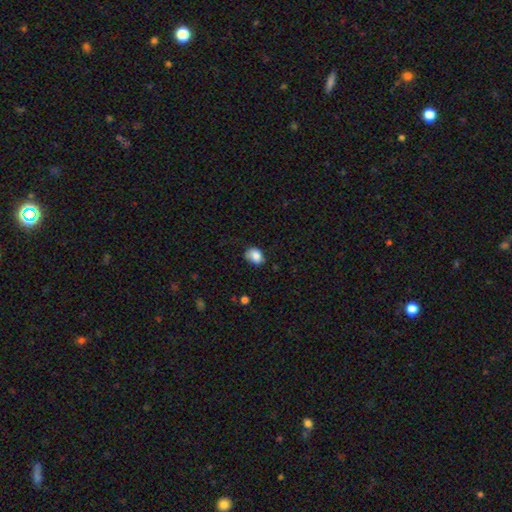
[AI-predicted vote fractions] Smooth or featured?
  - smooth: 84% *
  - star or artifact: 9%
  - featured or disk: 7%
How rounded?
  - in between: 69% *
  - round: 30%
  - cigar-shaped: 1%
Merging?
  - none: 59% *
  - minor disturbance: 32%
  - major disturbance: 7%
  - merger: 2%